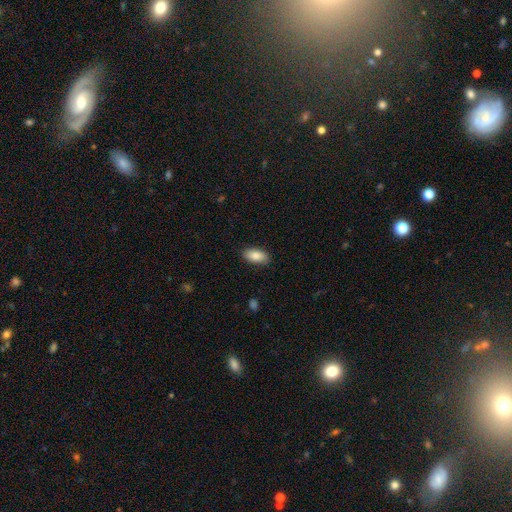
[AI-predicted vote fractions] This appears to be a smooth galaxy with no disk features (87%) that is in between round and cigar-shaped (92%). Merging: none (87%).